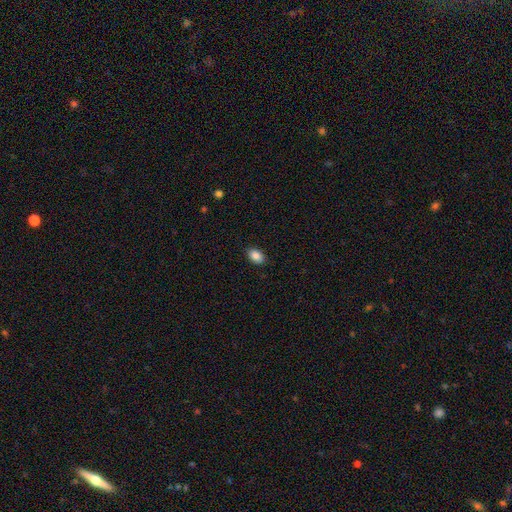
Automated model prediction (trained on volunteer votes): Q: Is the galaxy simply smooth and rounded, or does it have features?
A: smooth — 87%.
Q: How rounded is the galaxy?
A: in between — 88%.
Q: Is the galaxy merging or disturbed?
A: none — 88%.